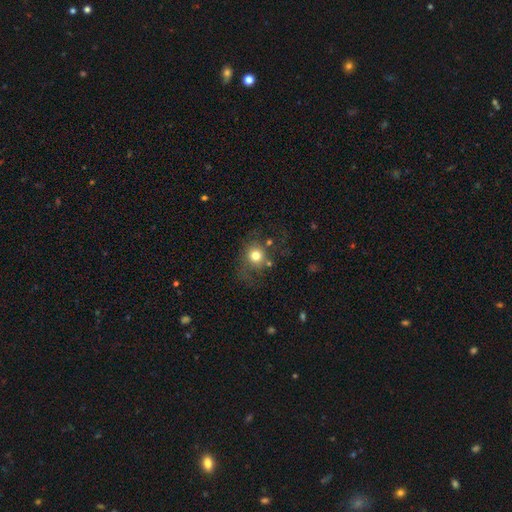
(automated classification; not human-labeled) Smooth or featured: smooth — 72% (featured or disk — 15%)
How rounded: round — 82% (in between — 17%)
Merging: none — 53% (major disturbance — 22%)